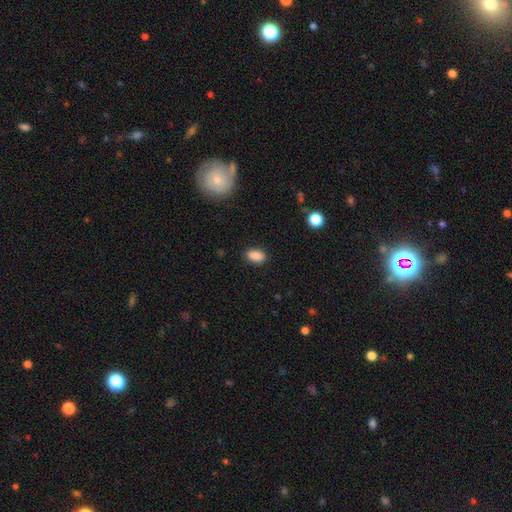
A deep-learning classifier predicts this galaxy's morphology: Overall: smooth (87%). How rounded: in between (88%). Merging: none (86%).